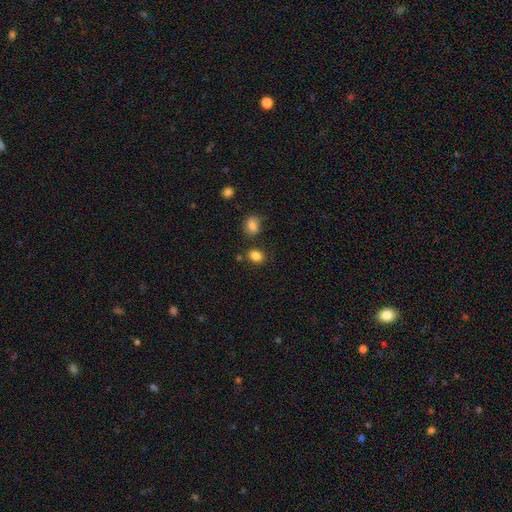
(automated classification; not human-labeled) Overall: smooth (85%). How rounded: in between (59%; round 40%). Merging: none (77%).